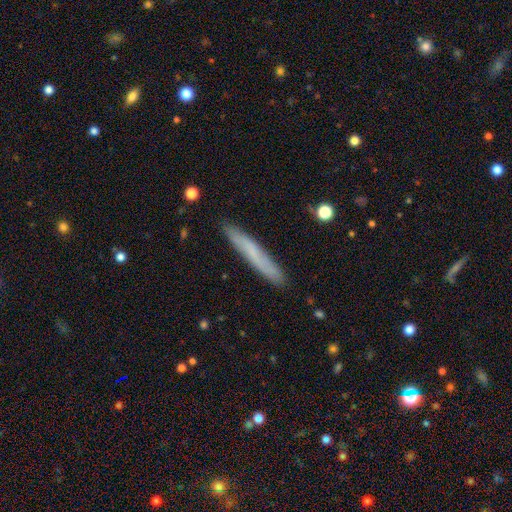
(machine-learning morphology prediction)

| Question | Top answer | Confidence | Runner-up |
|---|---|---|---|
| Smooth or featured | smooth | 60% | featured or disk (32%) |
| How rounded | cigar-shaped | 96% | in between (3%) |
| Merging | none | 89% | minor disturbance (8%) |